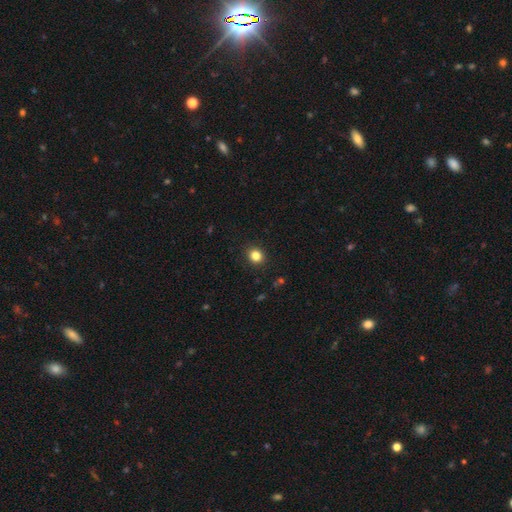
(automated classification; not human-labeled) A smooth galaxy with no disk features (84%) that is round (75%).

Vote fractions:
- Smooth or featured? smooth: 84% / star or artifact: 12% / featured or disk: 5%
- How rounded? round: 75% / in between: 24% / cigar-shaped: 1%
- Merging? none: 91% / minor disturbance: 6% / major disturbance: 2% / merger: 1%